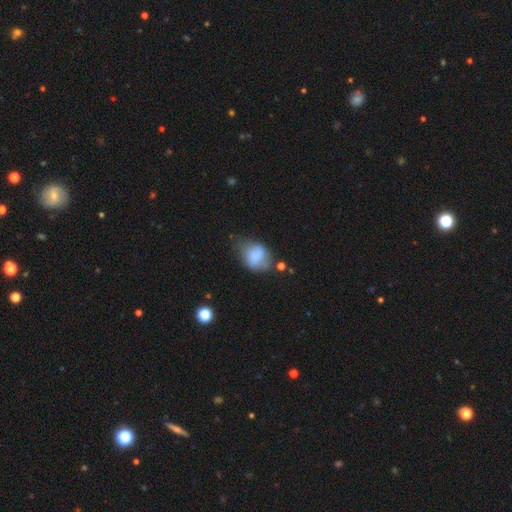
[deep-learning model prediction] This is likely a smooth galaxy (76%). How rounded: likely in between (62%). Merging: marginally none (39%).